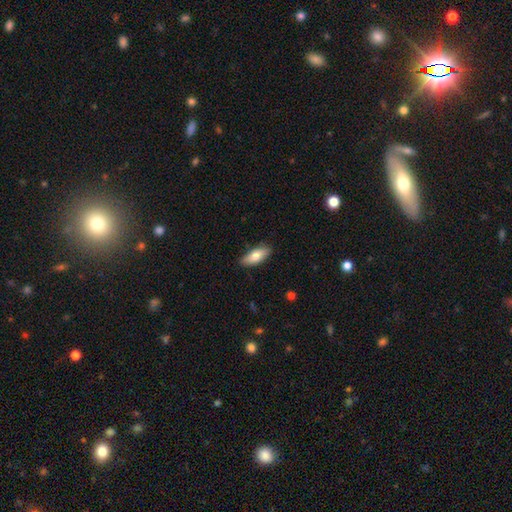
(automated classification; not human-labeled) Smooth or featured?
  - smooth: 77% *
  - featured or disk: 16%
  - star or artifact: 6%
How rounded?
  - in between: 78% *
  - cigar-shaped: 20%
  - round: 2%
Merging?
  - none: 85% *
  - minor disturbance: 12%
  - major disturbance: 2%
  - merger: 1%